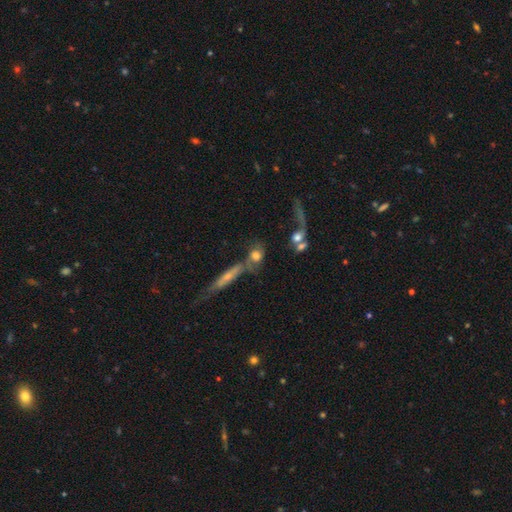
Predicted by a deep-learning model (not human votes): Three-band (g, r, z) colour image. It shows a smooth galaxy with no disk features (64%) that is round (44%). Merging: merger (39%).